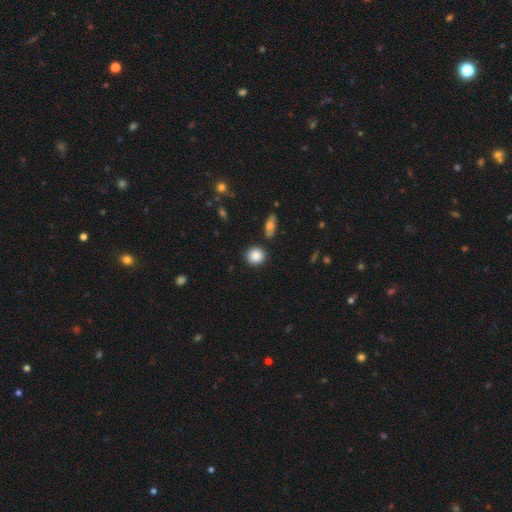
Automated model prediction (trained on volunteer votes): Morphology: type=smooth (87%); roundness=round (87%); merging=none (86%).